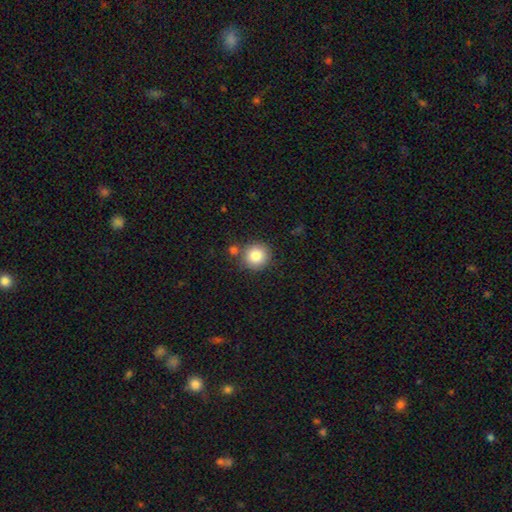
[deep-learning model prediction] The model was most divided on "merging": none: 79%, minor disturbance: 10%, merger: 9%, major disturbance: 3%. More confident: how rounded — round (90%); smooth or featured — smooth (83%).